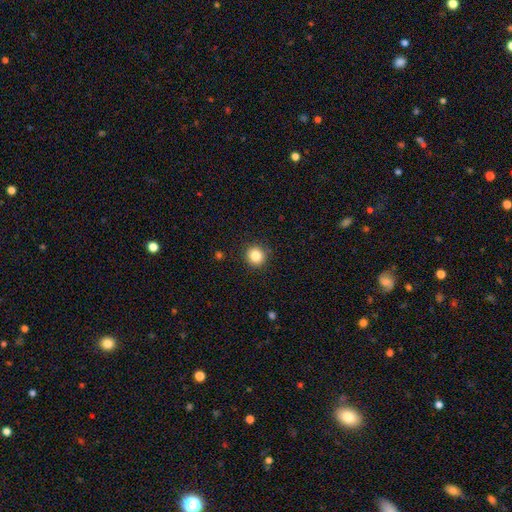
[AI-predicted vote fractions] Morphology: type=smooth (85%); roundness=round (92%); merging=none (91%).